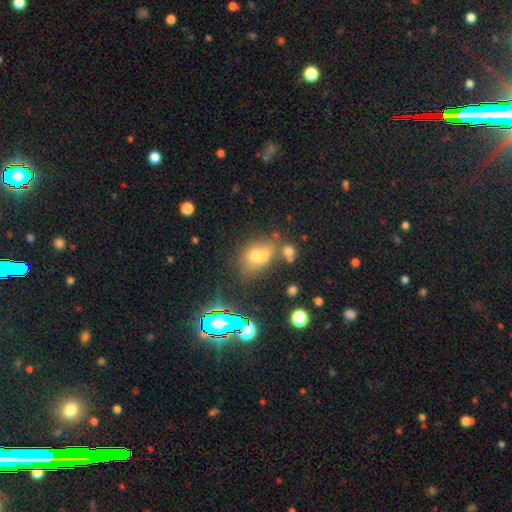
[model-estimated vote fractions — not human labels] Overall: smooth (50%; star or artifact 31%). How rounded: in between (52%; round 45%). Merging: merger (50%; none 33%).